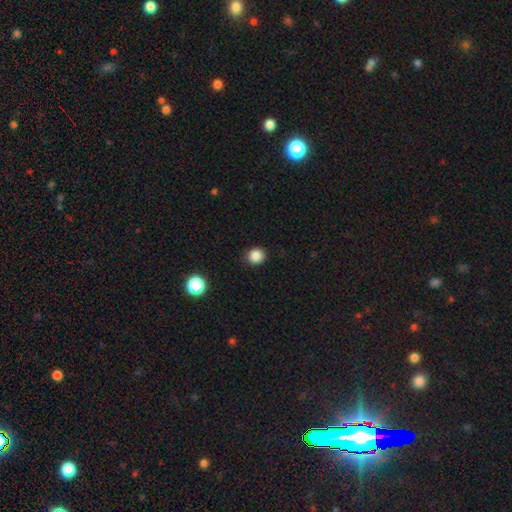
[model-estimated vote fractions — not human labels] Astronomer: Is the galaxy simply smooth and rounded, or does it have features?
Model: smooth — 85%.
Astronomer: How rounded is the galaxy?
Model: round — 88%.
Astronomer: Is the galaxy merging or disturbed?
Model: none — 90%.